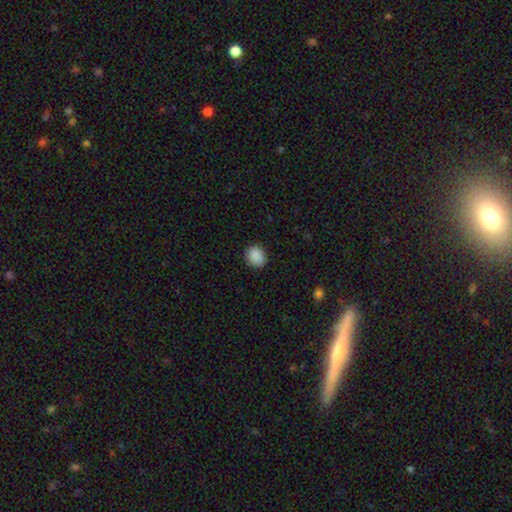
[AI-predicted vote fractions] This is clearly a smooth galaxy (89%). How rounded: likely round (69%). Merging: clearly none (86%).